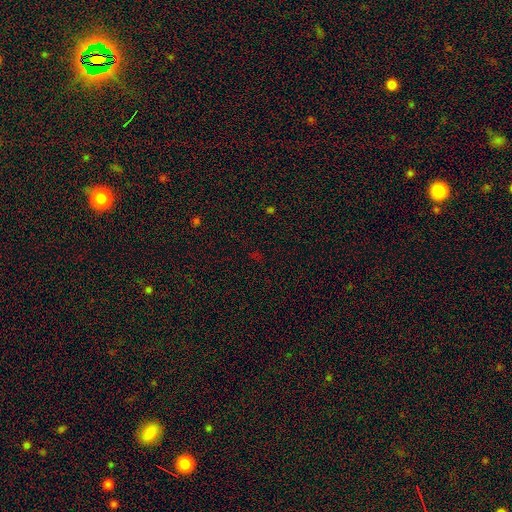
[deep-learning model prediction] This appears to be a star or artifact, not a galaxy (65%).